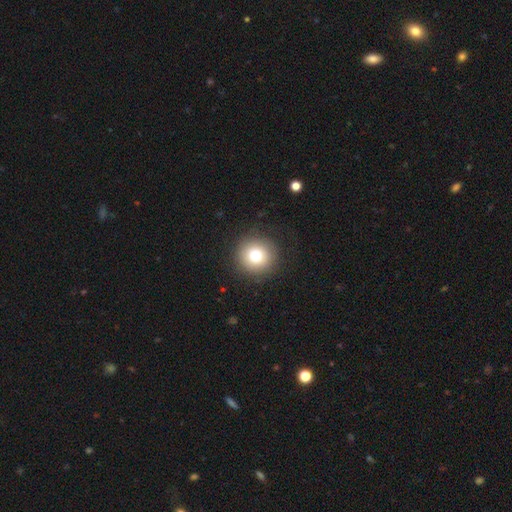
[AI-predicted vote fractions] This is likely a smooth galaxy (78%). How rounded: clearly round (95%). Merging: clearly none (90%).